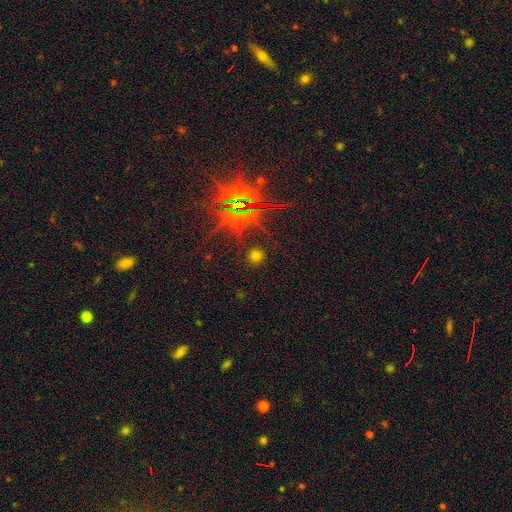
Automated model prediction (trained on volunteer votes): This is possibly a smooth galaxy (54%). How rounded: clearly round (90%). Merging: clearly none (87%).